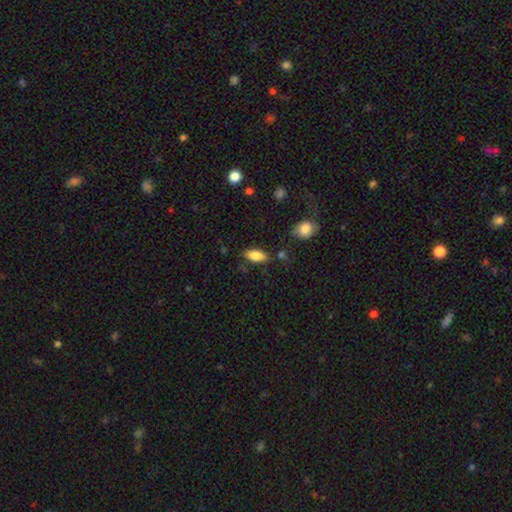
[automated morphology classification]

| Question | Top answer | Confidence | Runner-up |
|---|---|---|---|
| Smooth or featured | smooth | 81% | featured or disk (12%) |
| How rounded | in between | 84% | cigar-shaped (13%) |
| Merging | none | 77% | minor disturbance (15%) |